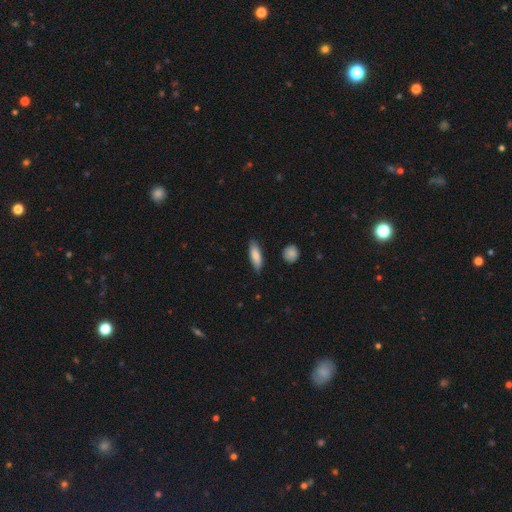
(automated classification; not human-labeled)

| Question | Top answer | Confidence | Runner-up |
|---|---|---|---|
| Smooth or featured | smooth | 82% | featured or disk (12%) |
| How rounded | cigar-shaped | 51% | in between (47%) |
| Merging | none | 84% | minor disturbance (12%) |